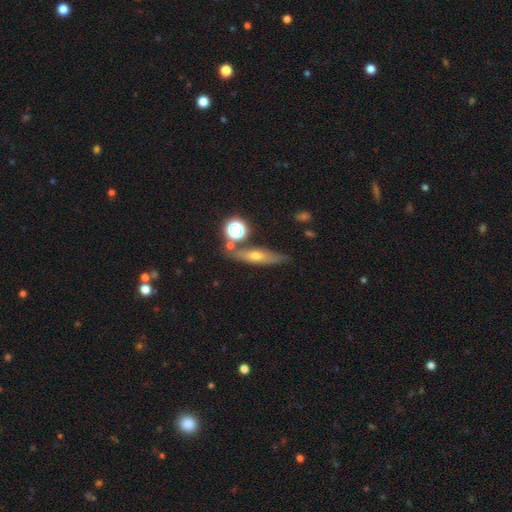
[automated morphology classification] A featured or disk galaxy (50%).

Vote fractions:
- Smooth or featured? featured or disk: 50% / smooth: 38% / star or artifact: 12%
- Merging? none: 77% / minor disturbance: 12% / merger: 8% / major disturbance: 4%